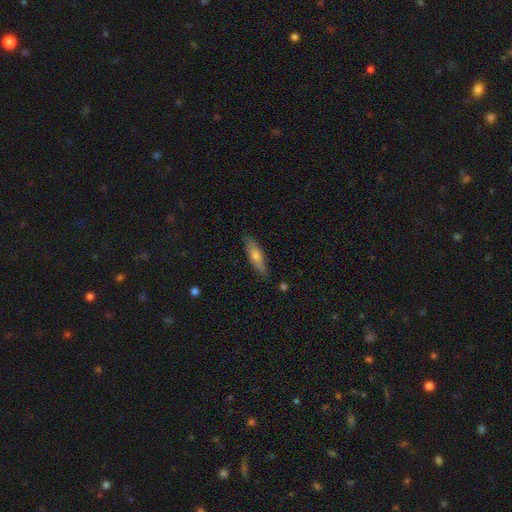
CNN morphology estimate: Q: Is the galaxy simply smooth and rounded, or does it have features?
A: smooth — 63%.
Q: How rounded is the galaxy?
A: cigar-shaped — 68%.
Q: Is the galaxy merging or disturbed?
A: none — 85%.